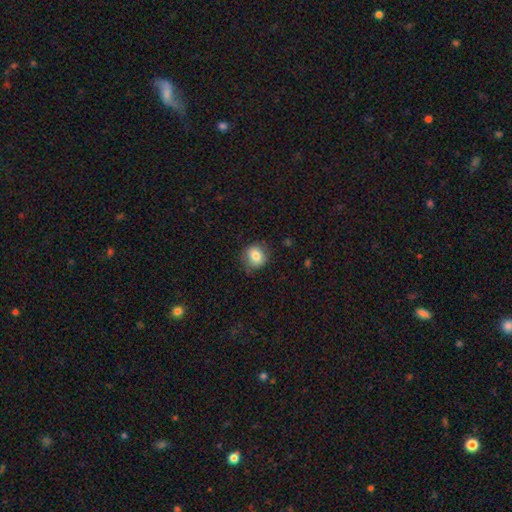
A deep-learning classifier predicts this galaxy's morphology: Smooth or featured? smooth (80%)
How rounded? round (78%)
Merging? none (79%)